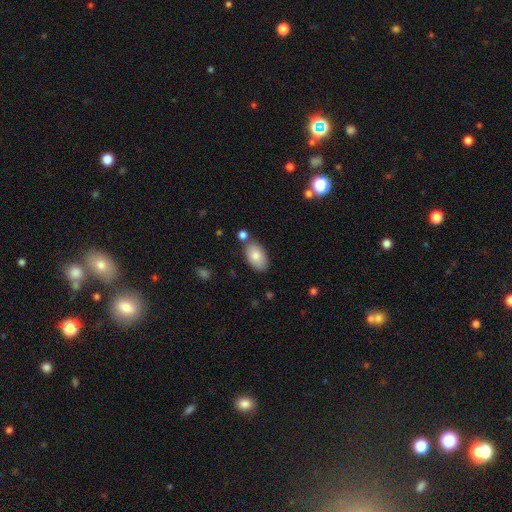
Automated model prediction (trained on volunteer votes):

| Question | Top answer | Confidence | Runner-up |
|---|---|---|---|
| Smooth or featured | smooth | 81% | featured or disk (12%) |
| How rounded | in between | 94% | round (5%) |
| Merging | none | 73% | minor disturbance (14%) |